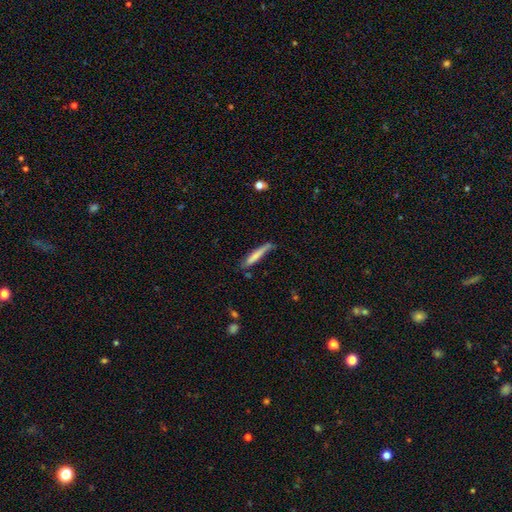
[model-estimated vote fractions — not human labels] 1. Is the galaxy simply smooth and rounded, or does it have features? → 71% smooth, 23% featured or disk, 6% star or artifact.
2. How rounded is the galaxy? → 93% cigar-shaped, 6% in between, 1% round.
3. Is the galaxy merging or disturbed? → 62% none, 26% minor disturbance, 8% major disturbance, 5% merger.